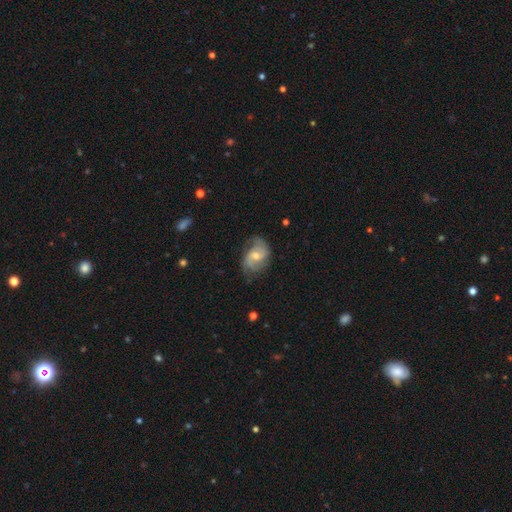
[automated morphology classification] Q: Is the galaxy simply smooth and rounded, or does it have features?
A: featured or disk — 75%.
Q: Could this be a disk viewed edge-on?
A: no — 97%.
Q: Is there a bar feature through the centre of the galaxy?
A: no — 50%.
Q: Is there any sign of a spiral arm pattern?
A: yes — 92%.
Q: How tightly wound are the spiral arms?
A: medium — 45%.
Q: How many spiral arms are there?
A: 2 — 68%.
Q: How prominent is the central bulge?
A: moderate — 55%.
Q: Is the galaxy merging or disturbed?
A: none — 64%.